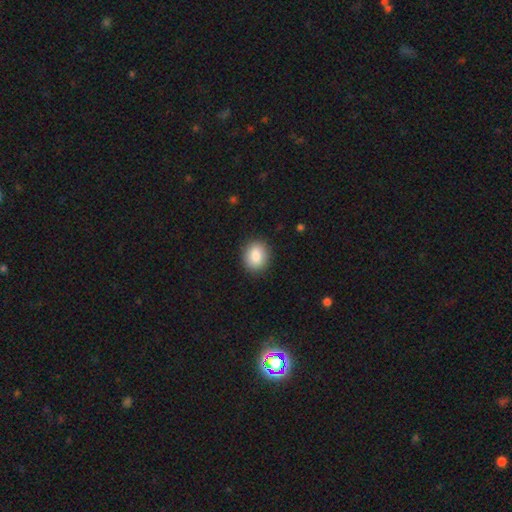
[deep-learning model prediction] Smooth or featured? smooth (86%)
How rounded? round (57%)
Merging? none (89%)